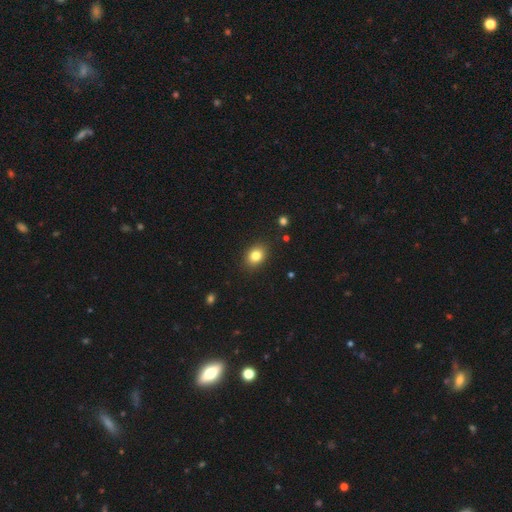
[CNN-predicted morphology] The model was most divided on "how rounded": in between: 59%, round: 40%, cigar-shaped: 1%. More confident: merging — none (88%); smooth or featured — smooth (82%).